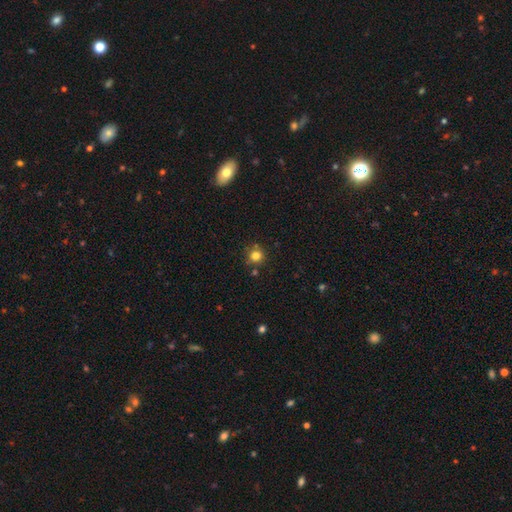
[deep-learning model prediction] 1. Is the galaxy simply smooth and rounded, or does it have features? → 80% smooth, 14% star or artifact, 6% featured or disk.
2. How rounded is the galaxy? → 91% round, 8% in between, 1% cigar-shaped.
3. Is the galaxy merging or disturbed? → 76% none, 12% minor disturbance, 8% merger, 3% major disturbance.